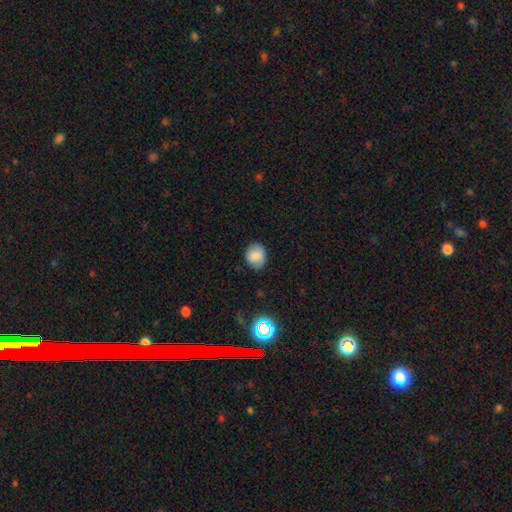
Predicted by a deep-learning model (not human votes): Morphology: type=smooth (81%); roundness=round (70%); merging=none (78%).